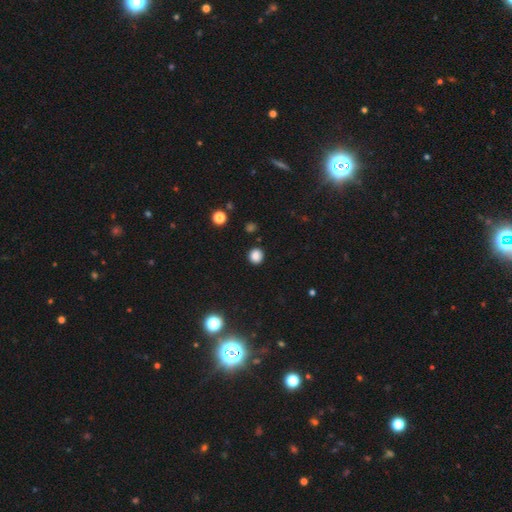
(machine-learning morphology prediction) smooth 85%, star or artifact 12%, featured or disk 3%. Down the decision tree: how rounded — round (87%); merging — none (89%).